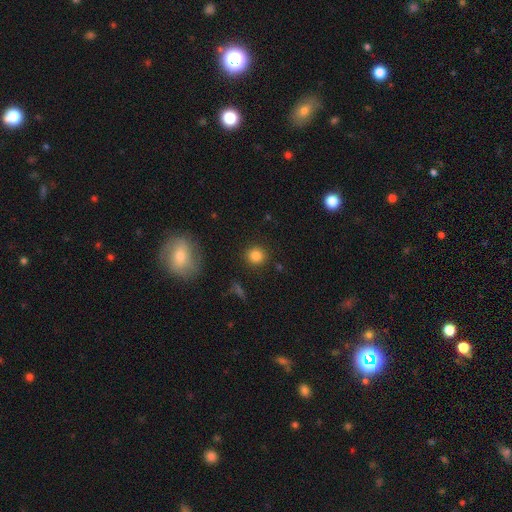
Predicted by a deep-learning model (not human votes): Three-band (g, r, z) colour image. It shows a smooth galaxy with no disk features (84%) that is round (91%). Merging: none (89%).